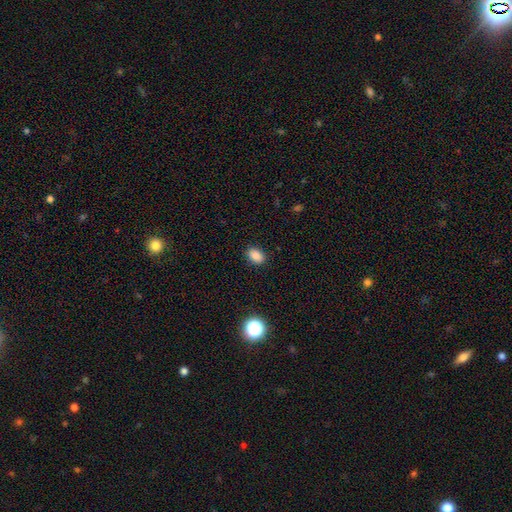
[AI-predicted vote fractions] Overall: smooth (85%). How rounded: in between (80%). Merging: none (88%).